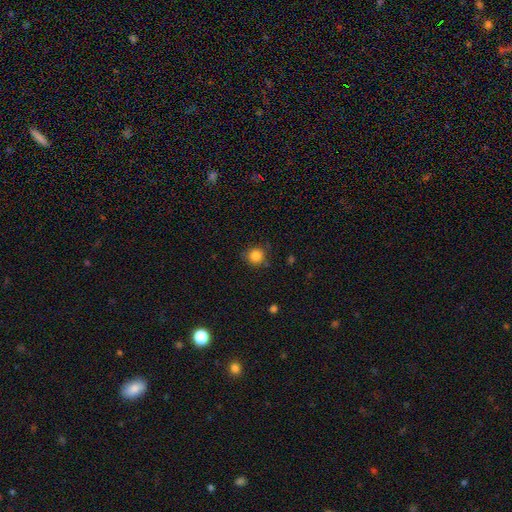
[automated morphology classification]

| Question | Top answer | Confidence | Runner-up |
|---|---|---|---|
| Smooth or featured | smooth | 85% | star or artifact (11%) |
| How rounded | round | 92% | in between (7%) |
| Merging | none | 82% | minor disturbance (12%) |